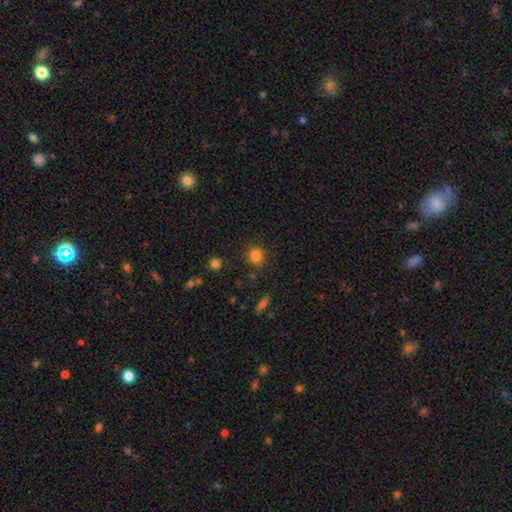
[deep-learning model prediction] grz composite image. It shows a smooth galaxy with no disk features (84%) that is round (87%). Merging: none (86%).